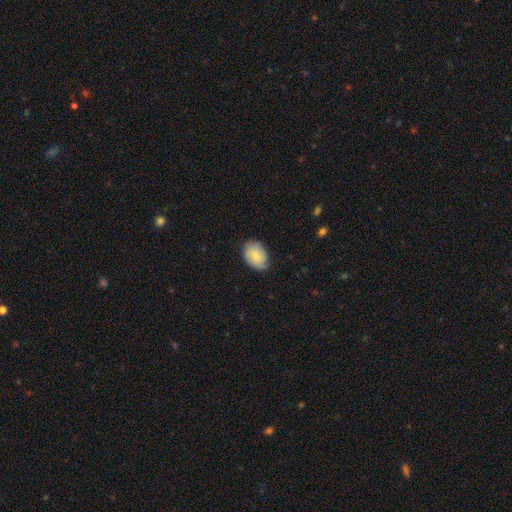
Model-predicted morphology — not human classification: This is likely a smooth galaxy (66%). How rounded: likely in between (79%). Merging: likely none (74%).